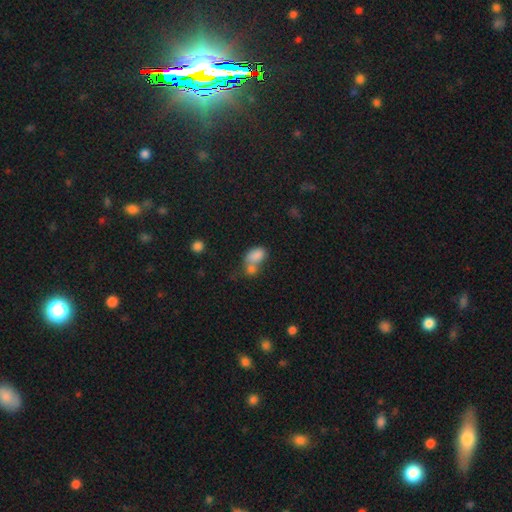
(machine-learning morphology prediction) The model was most divided on "merging": merger: 59%, none: 23%, minor disturbance: 11%, major disturbance: 7%. More confident: how rounded — in between (84%); smooth or featured — smooth (81%).